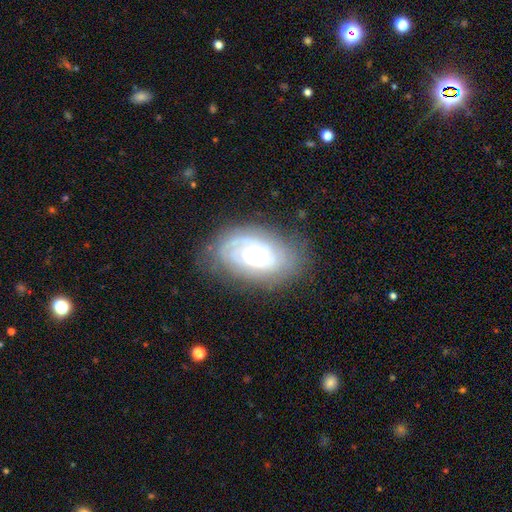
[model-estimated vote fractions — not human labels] Smooth or featured: featured or disk — 78% (smooth — 15%)
Edge-on disk: no — 95% (yes — 5%)
Bar: no — 73% (weak — 21%)
Spiral arms: yes — 89% (no — 11%)
Spiral winding: tight — 75% (medium — 19%)
Spiral arm count: can't tell — 42% (2 — 25%)
Bulge size: moderate — 60% (large — 27%)
Merging: none — 75% (minor disturbance — 17%)